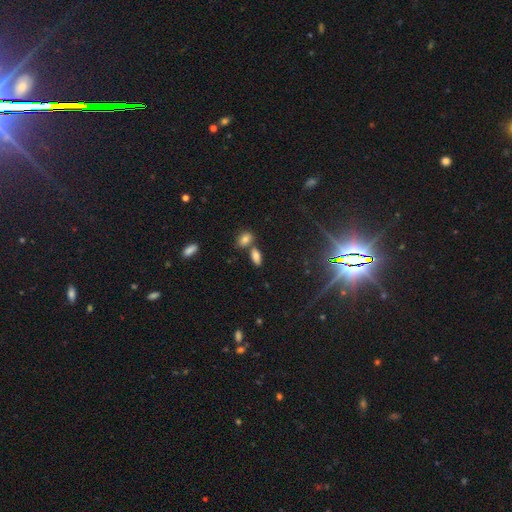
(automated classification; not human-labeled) Overall: smooth (78%). How rounded: in between (84%). Merging: none (56%; merger 30%).